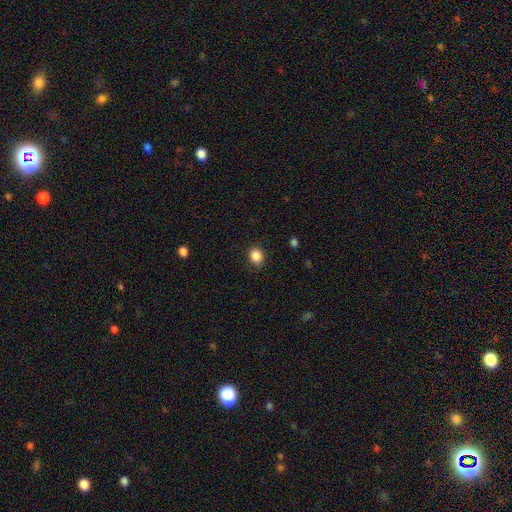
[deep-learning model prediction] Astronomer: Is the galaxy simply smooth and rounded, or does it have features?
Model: smooth — 87%.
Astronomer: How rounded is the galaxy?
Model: round — 57% (runner-up: in between, 42%).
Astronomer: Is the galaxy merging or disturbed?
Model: none — 85%.